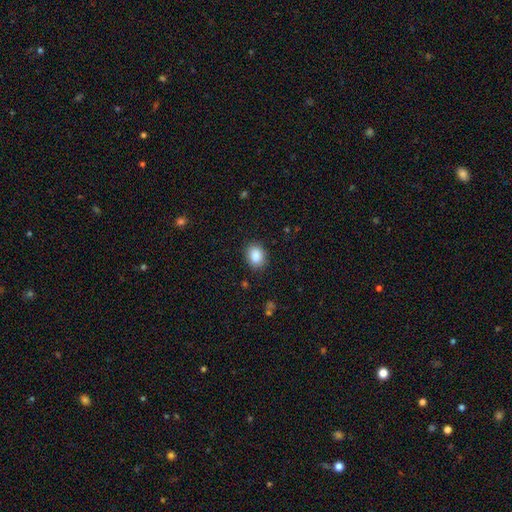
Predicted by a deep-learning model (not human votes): Overall: smooth (88%). How rounded: in between (61%; round 38%). Merging: none (86%).